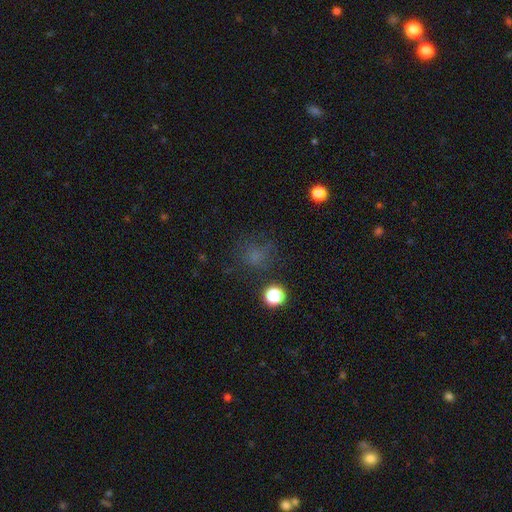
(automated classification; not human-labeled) A smooth galaxy with no disk features (66%) that is round (83%).

Vote fractions:
- Smooth or featured? smooth: 66% / star or artifact: 23% / featured or disk: 11%
- How rounded? round: 83% / in between: 16% / cigar-shaped: 1%
- Merging? none: 71% / minor disturbance: 15% / major disturbance: 11% / merger: 3%